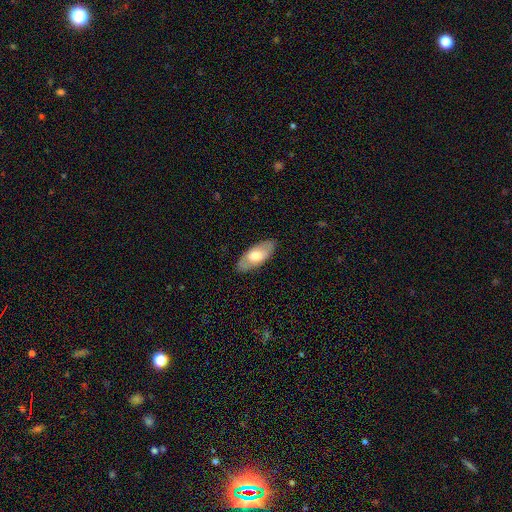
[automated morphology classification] smooth 58%, featured or disk 36%, star or artifact 5%. Down the decision tree: how rounded — in between (89%); merging — none (85%).